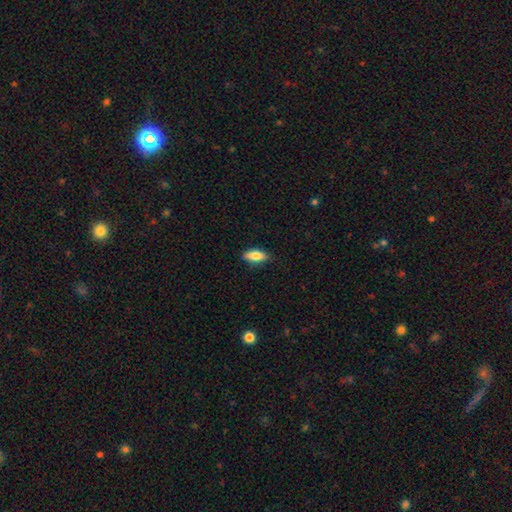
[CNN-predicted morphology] smooth_or_featured: smooth (p=0.81) [alt: featured or disk p=0.13]
how_rounded: in between (p=0.77) [alt: cigar-shaped p=0.20]
merging: none (p=0.85) [alt: minor disturbance p=0.12]